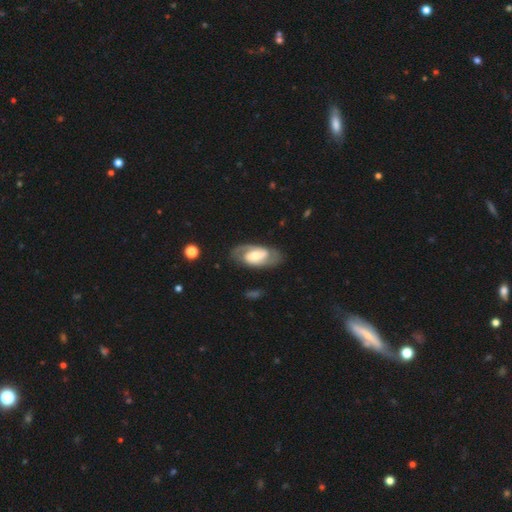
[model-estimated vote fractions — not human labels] Morphology: type=featured or disk (77%); edge-on=no (95%); bar=weak (41%); spiral arms=yes (90%); winding=medium (48%); arm count=2 (86%); bulge=moderate (47%); merging=none (78%).